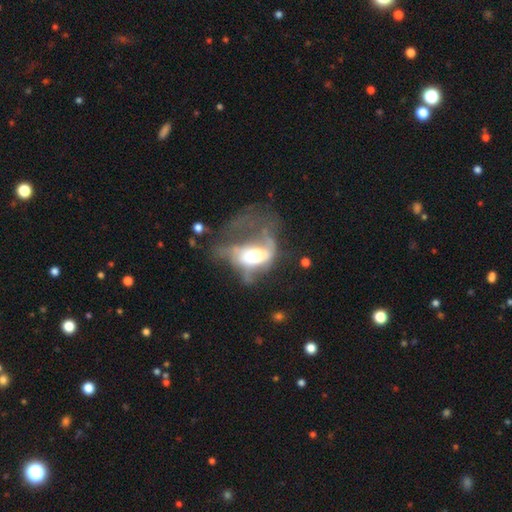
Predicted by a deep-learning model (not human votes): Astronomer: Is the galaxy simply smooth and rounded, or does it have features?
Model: featured or disk — 58%.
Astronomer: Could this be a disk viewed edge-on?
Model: no — 92%.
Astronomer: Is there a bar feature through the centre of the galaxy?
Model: no — 57%.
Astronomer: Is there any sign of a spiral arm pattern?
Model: no — 62% (runner-up: yes, 38%).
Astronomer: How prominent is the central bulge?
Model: moderate — 44% (runner-up: large, 40%).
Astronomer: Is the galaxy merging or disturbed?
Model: major disturbance — 61%.